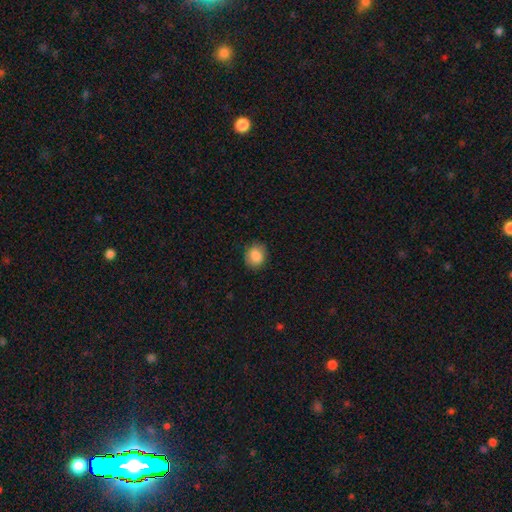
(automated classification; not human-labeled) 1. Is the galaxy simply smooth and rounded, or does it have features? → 86% smooth, 8% star or artifact, 6% featured or disk.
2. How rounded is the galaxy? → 65% round, 34% in between, 1% cigar-shaped.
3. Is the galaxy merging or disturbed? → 84% none, 12% minor disturbance, 3% major disturbance, 1% merger.